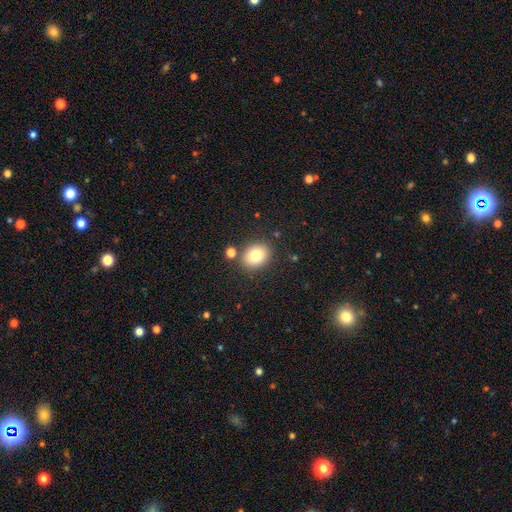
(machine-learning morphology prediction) This is likely a smooth galaxy (79%). How rounded: possibly round (50%). Merging: clearly none (83%).